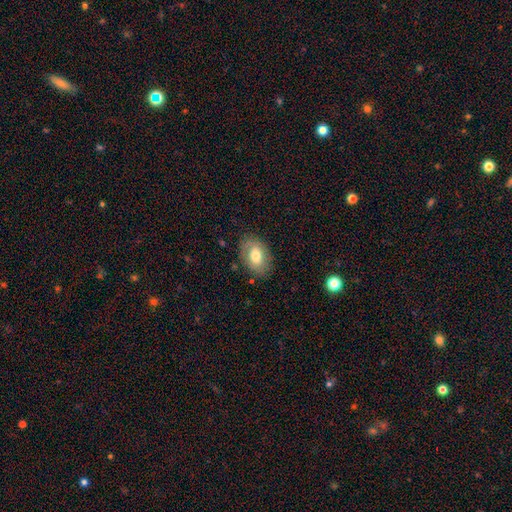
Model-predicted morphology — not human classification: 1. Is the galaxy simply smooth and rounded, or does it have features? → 69% smooth, 24% featured or disk, 7% star or artifact.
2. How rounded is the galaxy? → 86% in between, 12% round, 1% cigar-shaped.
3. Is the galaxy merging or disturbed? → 80% none, 14% minor disturbance, 4% major disturbance, 1% merger.